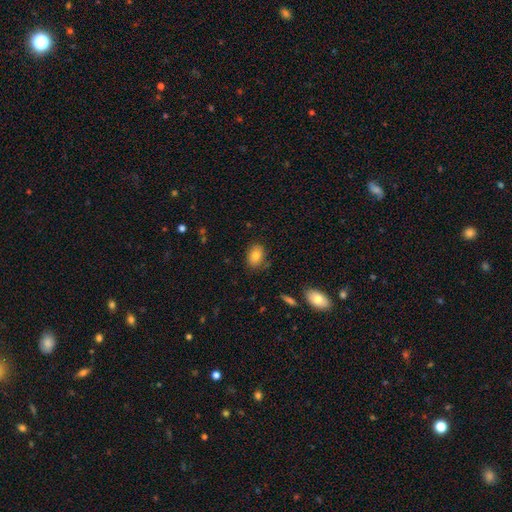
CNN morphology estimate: smooth 79%, featured or disk 12%, star or artifact 9%. Down the decision tree: how rounded — in between (71%); merging — none (80%).